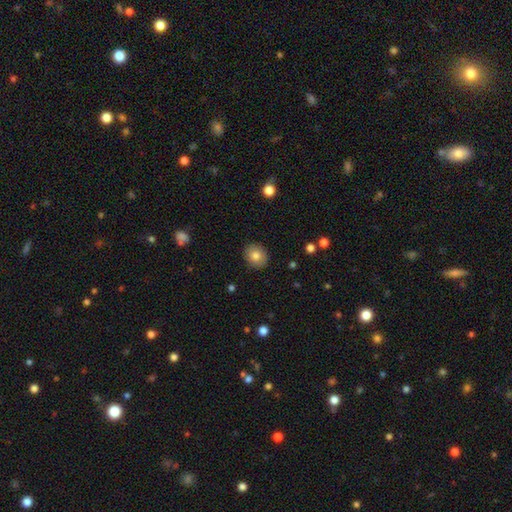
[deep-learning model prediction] Smooth or featured: smooth — 80% (featured or disk — 11%)
How rounded: round — 68% (in between — 31%)
Merging: none — 89% (minor disturbance — 8%)